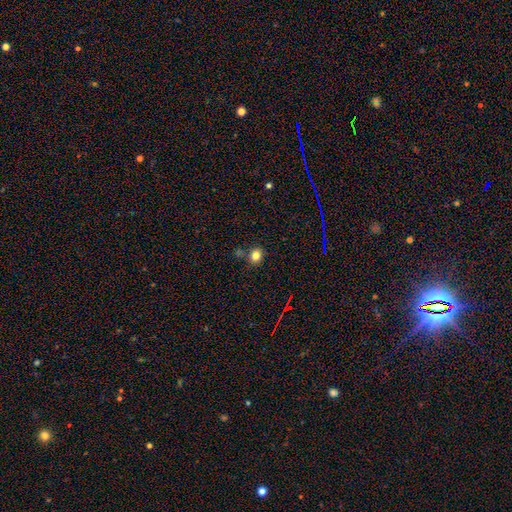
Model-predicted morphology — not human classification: Smooth or featured: smooth — 79% (star or artifact — 14%)
How rounded: round — 62% (in between — 37%)
Merging: none — 74% (minor disturbance — 14%)